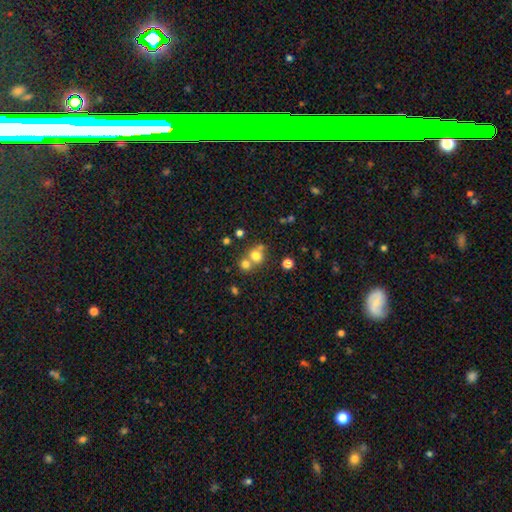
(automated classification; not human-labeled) A smooth galaxy with no disk features (72%) that is round (82%).

Vote fractions:
- Smooth or featured? smooth: 72% / star or artifact: 16% / featured or disk: 12%
- How rounded? round: 82% / in between: 17% / cigar-shaped: 1%
- Merging? merger: 46% / none: 44% / minor disturbance: 7% / major disturbance: 3%